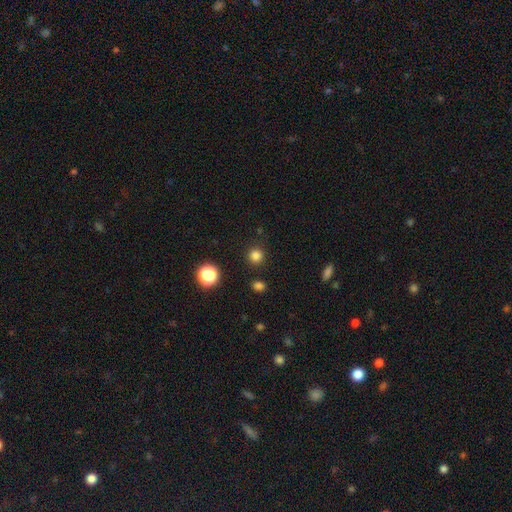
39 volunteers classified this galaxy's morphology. type=smooth (97%); roundness=round (89%); merging=none (92%).